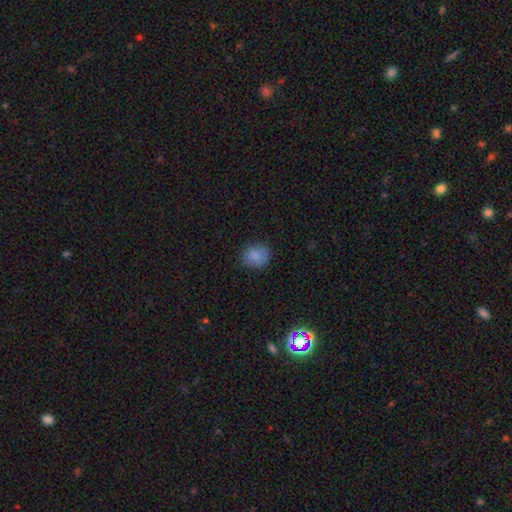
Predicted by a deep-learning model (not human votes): Smooth or featured: smooth — 84% (star or artifact — 9%)
How rounded: round — 73% (in between — 26%)
Merging: none — 79% (minor disturbance — 16%)